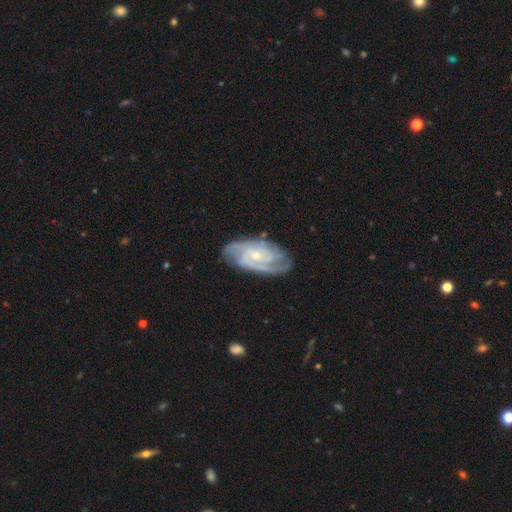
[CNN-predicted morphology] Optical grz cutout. It shows a featured or disk galaxy (86%) with no bar (60%), 3 (31%, tied with 2) tight (56%) spiral arms (97%) and a small central bulge (62%). Merging: none (76%).